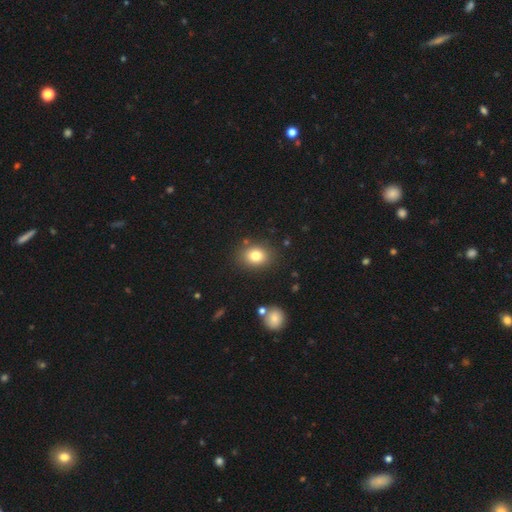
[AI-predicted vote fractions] Smooth or featured?
  - smooth: 80% *
  - star or artifact: 11%
  - featured or disk: 9%
How rounded?
  - round: 50% *
  - in between: 49%
  - cigar-shaped: 1%
Merging?
  - none: 84% *
  - minor disturbance: 10%
  - merger: 3%
  - major disturbance: 3%